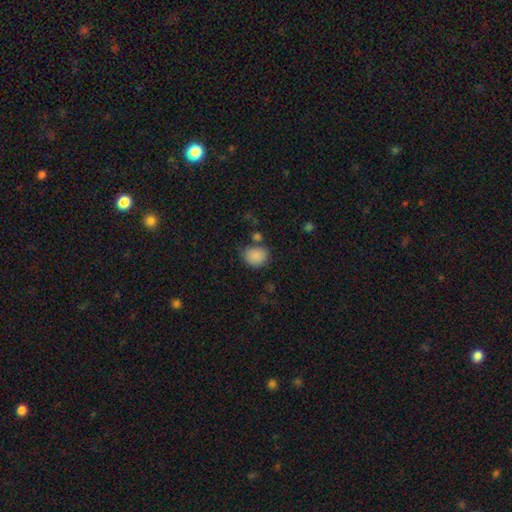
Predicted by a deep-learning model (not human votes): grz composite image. It shows a smooth galaxy with no disk features (86%) that is round (60%). Merging: none (69%).